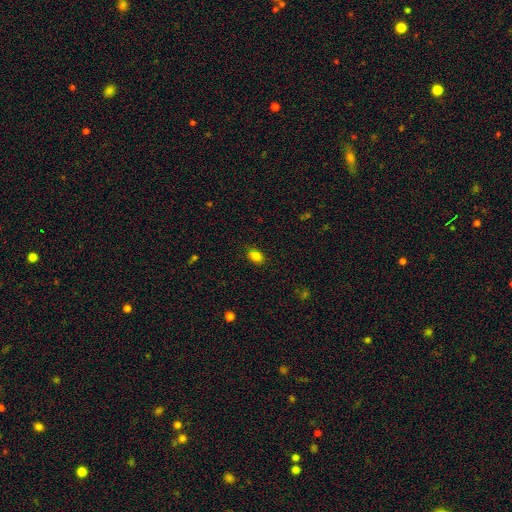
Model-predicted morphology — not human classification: A smooth galaxy with no disk features (83%) that is in between round and cigar-shaped (80%).

Vote fractions:
- Smooth or featured? smooth: 83% / star or artifact: 13% / featured or disk: 5%
- How rounded? in between: 80% / round: 18% / cigar-shaped: 2%
- Merging? none: 81% / minor disturbance: 14% / major disturbance: 4% / merger: 1%